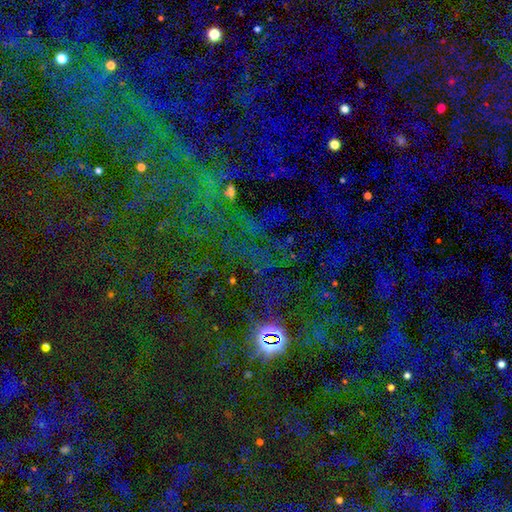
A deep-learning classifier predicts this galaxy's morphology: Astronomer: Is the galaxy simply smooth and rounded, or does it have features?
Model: star or artifact — 79%.